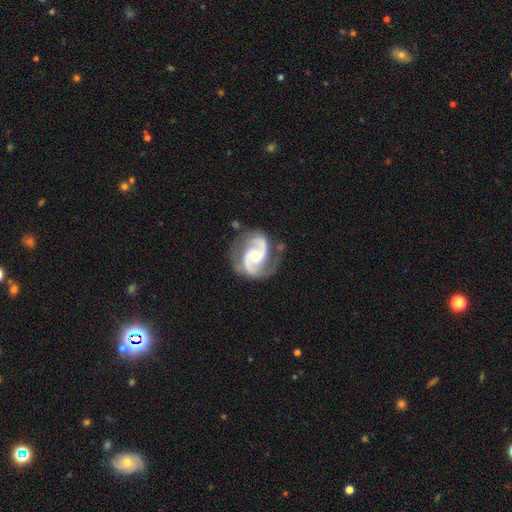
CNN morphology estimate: This appears to be a featured or disk galaxy (93%) with no bar (58%), 2 (93%) medium (63%) spiral arms (98%) and a moderate central bulge (54%). Merging: none (76%).